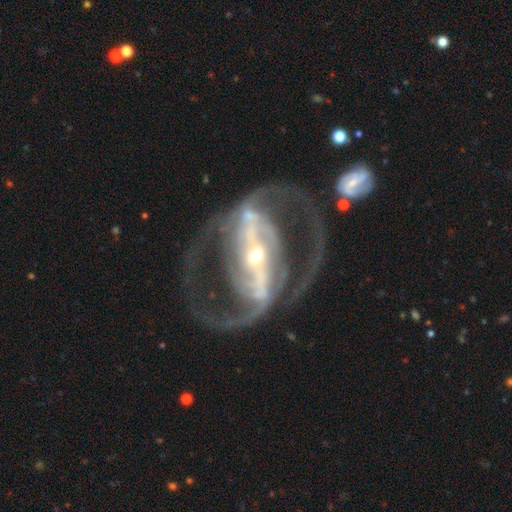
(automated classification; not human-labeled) Q: Smooth or featured?
A: featured or disk (91%); runner-up: star or artifact (5%)
Q: Edge-on disk?
A: no (94%); runner-up: yes (6%)
Q: Bar?
A: strong (79%); runner-up: weak (13%)
Q: Spiral arms?
A: yes (88%); runner-up: no (12%)
Q: Spiral winding?
A: medium (51%); runner-up: tight (26%)
Q: Spiral arm count?
A: 2 (87%); runner-up: can't tell (5%)
Q: Bulge size?
A: small (62%); runner-up: moderate (32%)
Q: Merging?
A: none (60%); runner-up: major disturbance (20%)